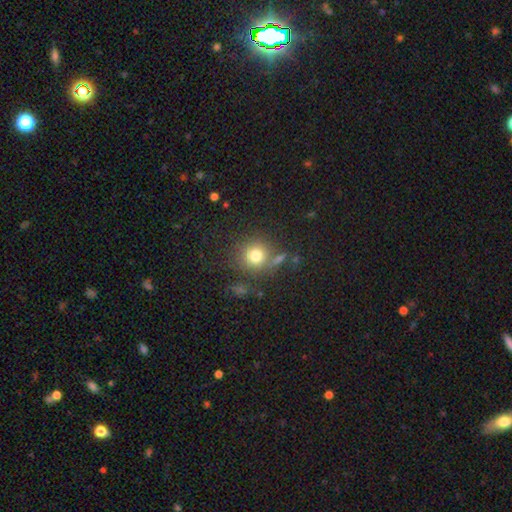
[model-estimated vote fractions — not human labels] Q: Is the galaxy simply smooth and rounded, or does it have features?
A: smooth — 77%.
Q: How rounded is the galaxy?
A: round — 90%.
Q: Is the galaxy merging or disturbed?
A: none — 74%.